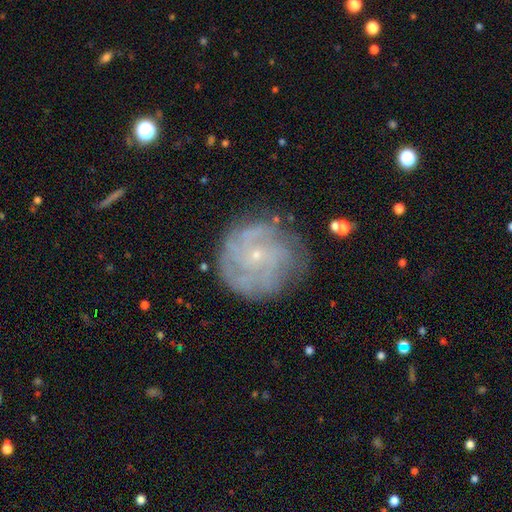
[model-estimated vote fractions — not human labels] A featured or disk galaxy (76%) with no bar (78%), tight (62%) spiral arms (89%) and a small central bulge (88%).

Vote fractions:
- Smooth or featured? featured or disk: 76% / smooth: 15% / star or artifact: 8%
- Edge-on disk? no: 97% / yes: 3%
- Bar? no: 78% / weak: 18% / strong: 4%
- Spiral arms? yes: 89% / no: 11%
- Spiral winding? tight: 62% / medium: 29% / loose: 9%
- Spiral arm count? can't tell: 39% / 4: 20% / 3: 16% / 2: 11% / more than 4: 8% / 1: 6%
- Bulge size? small: 88% / moderate: 8% / none: 3% / large: 1% / dominant: 1%
- Merging? none: 74% / minor disturbance: 17% / major disturbance: 7% / merger: 2%